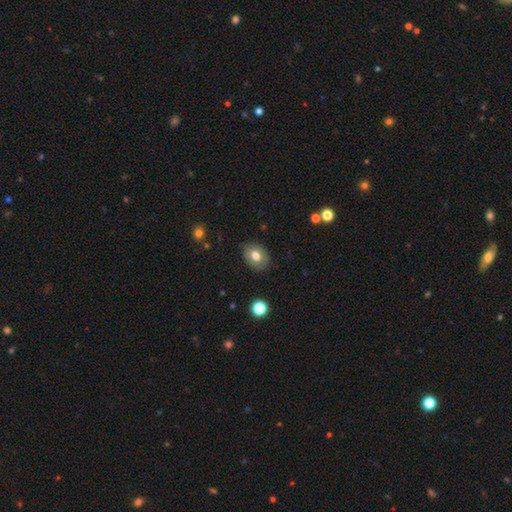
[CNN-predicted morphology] Smooth or featured? smooth (67%)
How rounded? in between (65%)
Merging? none (82%)